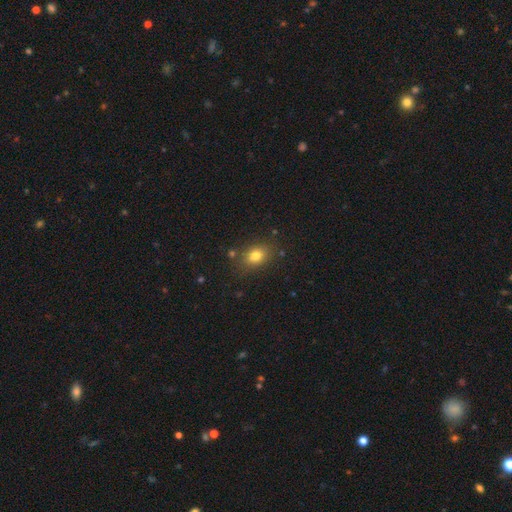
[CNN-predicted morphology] This appears to be a smooth galaxy with no disk features (80%) that is in between round and cigar-shaped (69%). Merging: none (77%).